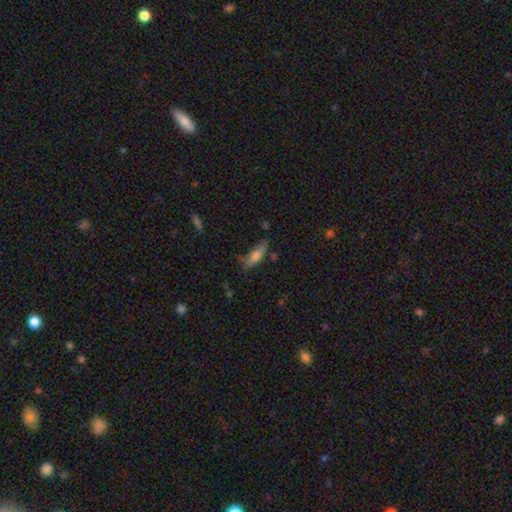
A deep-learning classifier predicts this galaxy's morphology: smooth_or_featured: smooth (p=0.74) [alt: featured or disk p=0.18]
how_rounded: in between (p=0.56) [alt: cigar-shaped p=0.42]
merging: none (p=0.58) [alt: minor disturbance p=0.28]